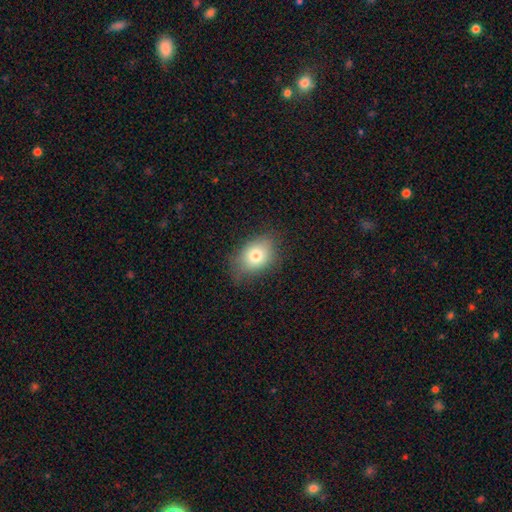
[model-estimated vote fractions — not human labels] A smooth galaxy with no disk features (77%) that is in between round and cigar-shaped (65%).

Vote fractions:
- Smooth or featured? smooth: 77% / featured or disk: 13% / star or artifact: 11%
- How rounded? in between: 65% / round: 34% / cigar-shaped: 1%
- Merging? none: 71% / minor disturbance: 22% / major disturbance: 6% / merger: 1%